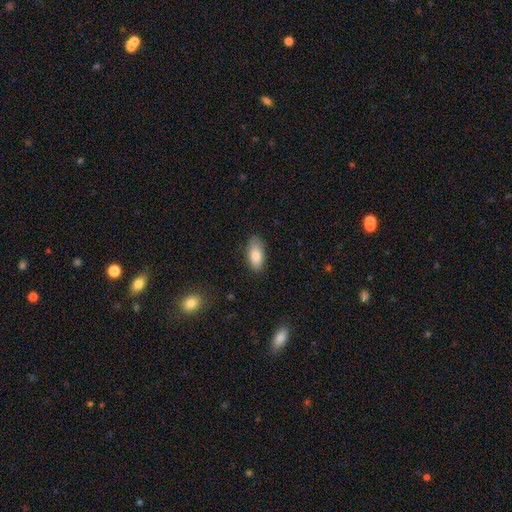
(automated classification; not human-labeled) smooth_or_featured: smooth (p=0.84) [alt: featured or disk p=0.09]
how_rounded: in between (p=0.90) [alt: cigar-shaped p=0.07]
merging: none (p=0.82) [alt: minor disturbance p=0.14]